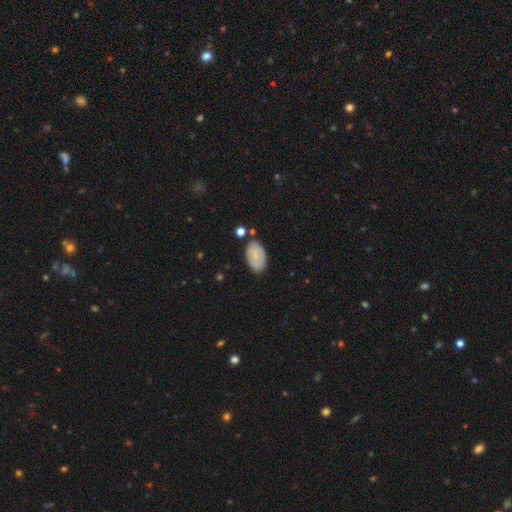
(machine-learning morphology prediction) type=smooth (76%); roundness=in between (94%); merging=none (78%).